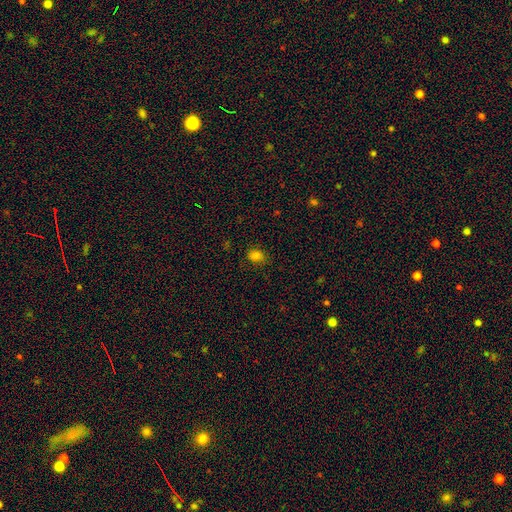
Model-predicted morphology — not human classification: Smooth or featured?
  - smooth: 80% *
  - star or artifact: 15%
  - featured or disk: 5%
How rounded?
  - round: 52% *
  - in between: 47%
  - cigar-shaped: 1%
Merging?
  - none: 83% *
  - minor disturbance: 13%
  - major disturbance: 3%
  - merger: 1%